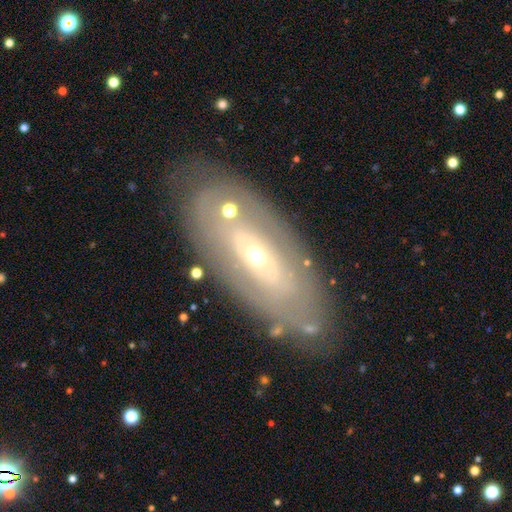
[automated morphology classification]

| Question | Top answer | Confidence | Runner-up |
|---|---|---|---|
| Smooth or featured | featured or disk | 70% | smooth (24%) |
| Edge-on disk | no | 86% | yes (14%) |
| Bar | no | 75% | weak (17%) |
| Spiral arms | no | 60% | yes (40%) |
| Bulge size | small | 54% | moderate (41%) |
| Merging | none | 79% | minor disturbance (12%) |